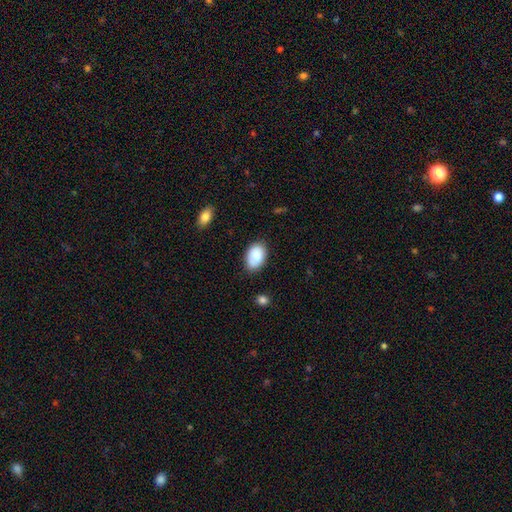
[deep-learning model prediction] A smooth galaxy with no disk features (88%) that is in between round and cigar-shaped (90%). Merging: none (79%).